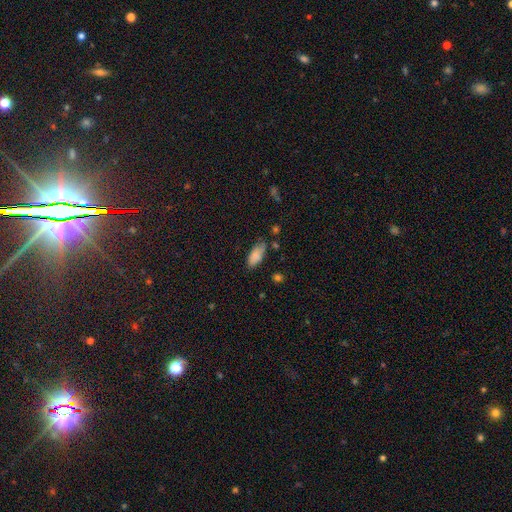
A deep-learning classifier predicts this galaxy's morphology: The model was most divided on "merging": none: 61%, minor disturbance: 29%, major disturbance: 6%, merger: 4%. More confident: how rounded — in between (86%); smooth or featured — smooth (84%).